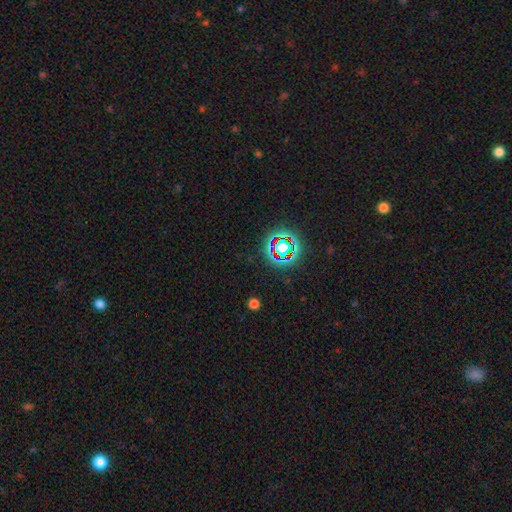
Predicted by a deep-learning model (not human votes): Smooth or featured: star or artifact — 74% (smooth — 15%)